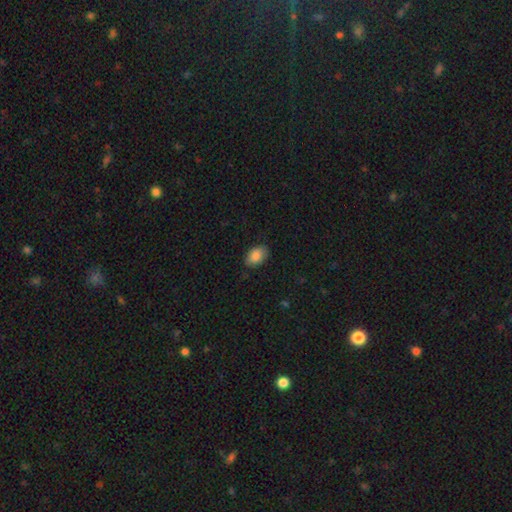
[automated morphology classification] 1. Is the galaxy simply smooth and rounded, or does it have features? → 86% smooth, 7% star or artifact, 7% featured or disk.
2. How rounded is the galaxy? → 88% in between, 10% round, 1% cigar-shaped.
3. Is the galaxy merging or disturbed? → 81% none, 15% minor disturbance, 3% major disturbance, 1% merger.